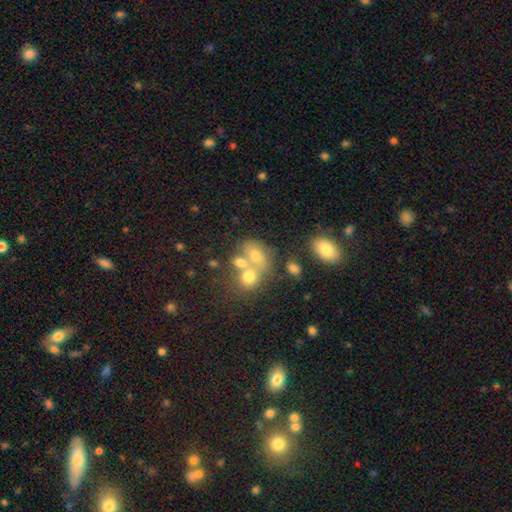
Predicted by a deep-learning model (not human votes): smooth-or-featured: smooth: 61% | featured or disk: 24% | star or artifact: 15%
  how-rounded: in between: 58% | round: 40% | cigar-shaped: 2%
  merging: merger: 49% | none: 31% | minor disturbance: 12% | major disturbance: 8%